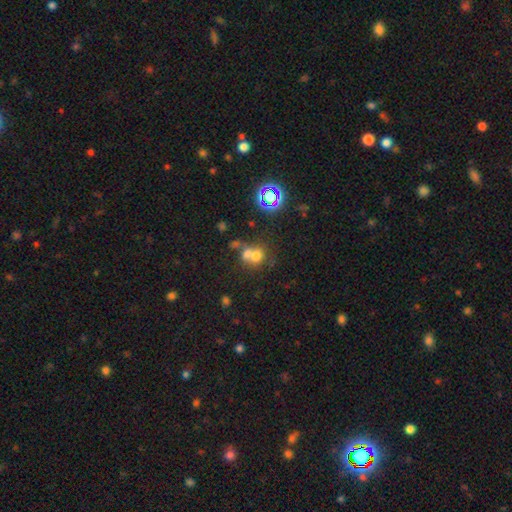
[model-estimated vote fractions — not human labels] smooth-or-featured: smooth: 62% | star or artifact: 20% | featured or disk: 18%
  how-rounded: round: 73% | in between: 26% | cigar-shaped: 1%
  merging: merger: 57% | none: 31% | minor disturbance: 8% | major disturbance: 5%